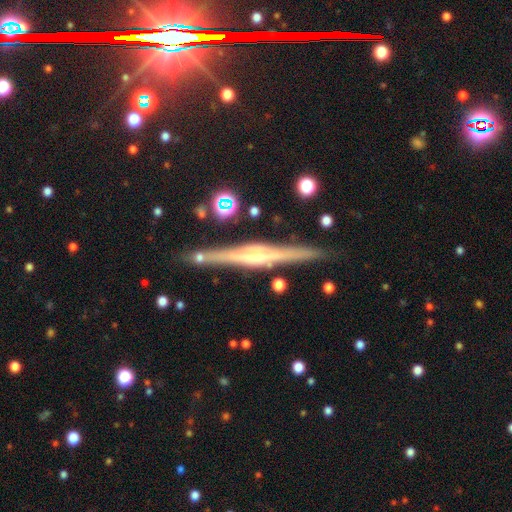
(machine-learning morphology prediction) Smooth or featured? featured or disk (80%)
Edge-on disk? yes (98%)
Edge-on bulge? rounded (59%)
Merging? none (88%)